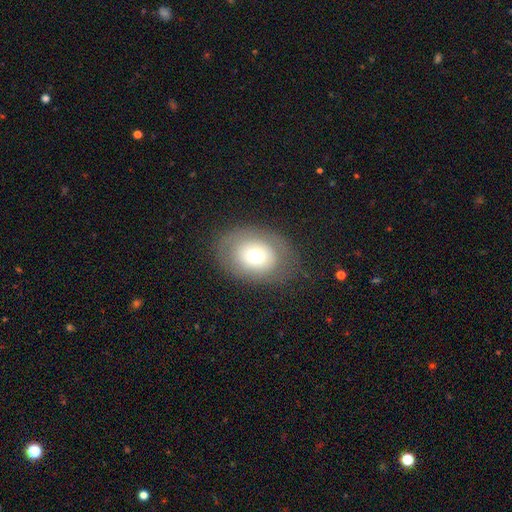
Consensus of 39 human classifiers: This appears to be a smooth galaxy with no disk features (51%) that is in between round and cigar-shaped (70%). Merging: none (91%).